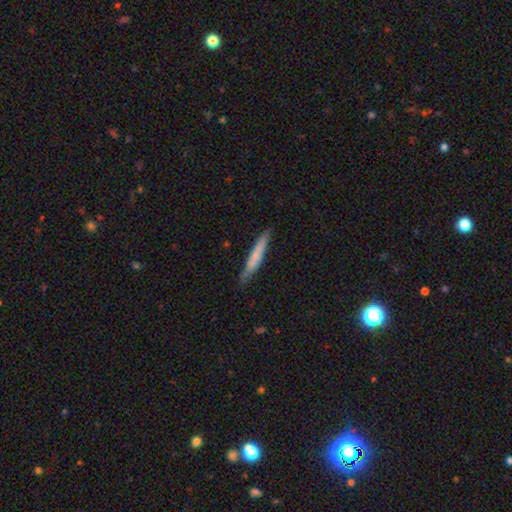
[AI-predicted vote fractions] Overall: smooth (67%). How rounded: cigar-shaped (94%). Merging: none (82%).